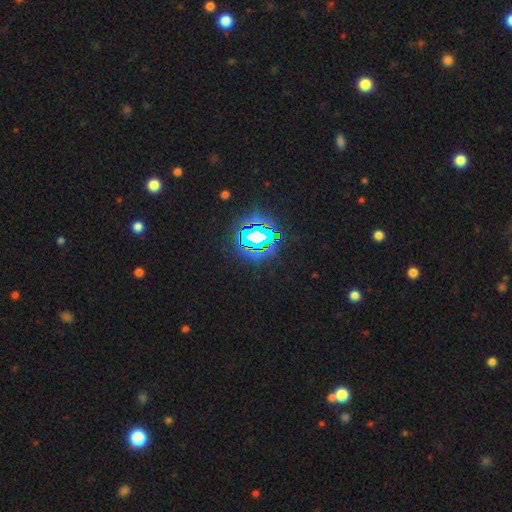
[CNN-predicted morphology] A star or artifact, not a galaxy (83%).